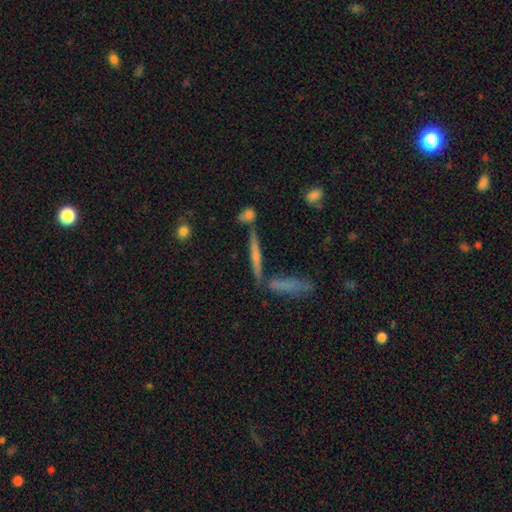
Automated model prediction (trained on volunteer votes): The model was most divided on "smooth or featured": featured or disk: 56%, smooth: 32%, star or artifact: 12%. More confident: edge-on disk — yes (93%); merging — none (72%); edge-on bulge — rounded (58%).